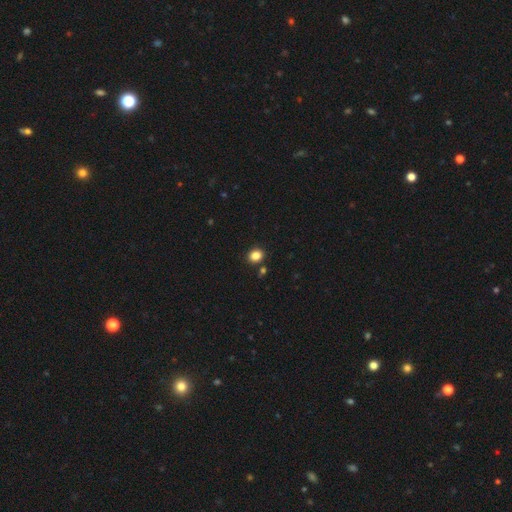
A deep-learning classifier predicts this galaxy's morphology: A smooth galaxy with no disk features (85%) that is round (60%).

Vote fractions:
- Smooth or featured? smooth: 85% / star or artifact: 11% / featured or disk: 4%
- How rounded? round: 60% / in between: 39% / cigar-shaped: 1%
- Merging? none: 85% / minor disturbance: 7% / merger: 5% / major disturbance: 2%